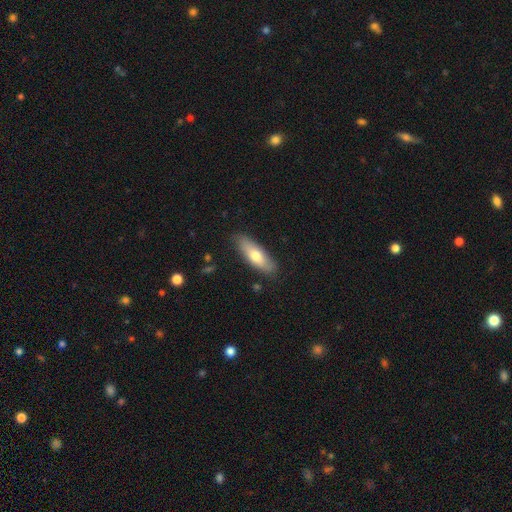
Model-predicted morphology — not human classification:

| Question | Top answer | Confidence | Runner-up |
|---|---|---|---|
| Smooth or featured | smooth | 69% | featured or disk (25%) |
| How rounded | in between | 58% | cigar-shaped (40%) |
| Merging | none | 83% | minor disturbance (13%) |